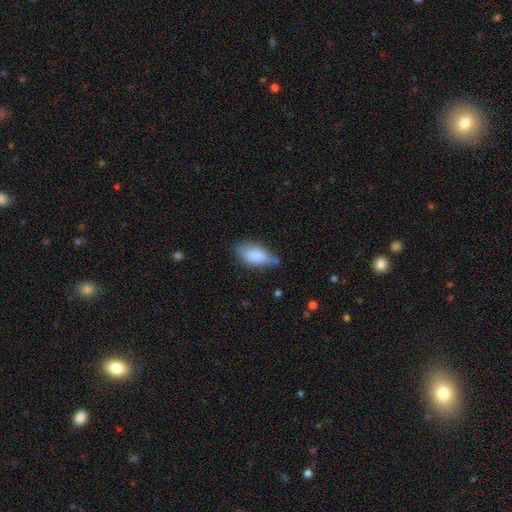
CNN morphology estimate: This appears to be a smooth galaxy with no disk features (83%) that is in between round and cigar-shaped (89%). Merging: none (54%).